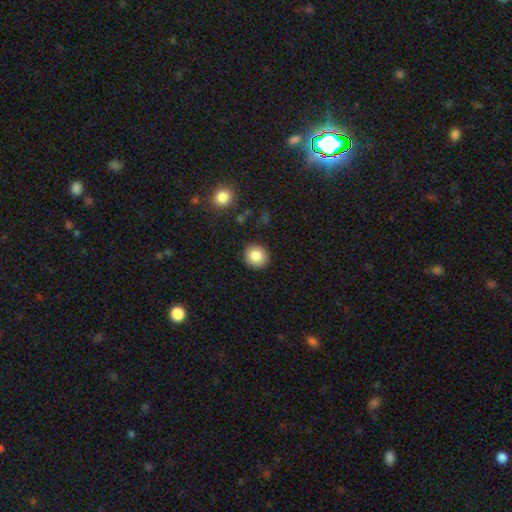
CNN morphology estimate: A smooth galaxy with no disk features (85%) that is round (90%).

Vote fractions:
- Smooth or featured? smooth: 85% / star or artifact: 9% / featured or disk: 6%
- How rounded? round: 90% / in between: 9% / cigar-shaped: 1%
- Merging? none: 91% / minor disturbance: 6% / major disturbance: 2% / merger: 1%